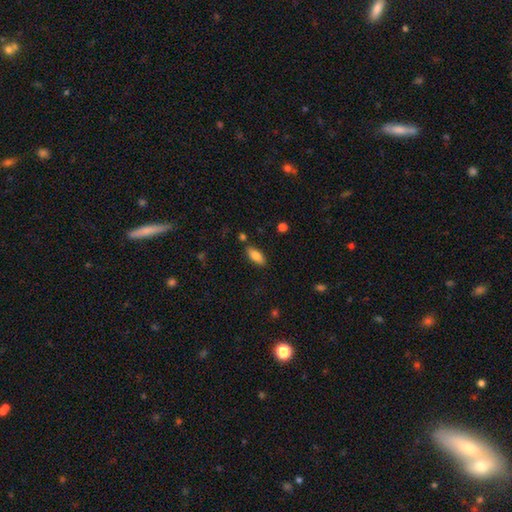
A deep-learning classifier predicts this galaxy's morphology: Smooth or featured?
  - smooth: 81% *
  - featured or disk: 12%
  - star or artifact: 7%
How rounded?
  - in between: 84% *
  - cigar-shaped: 13%
  - round: 2%
Merging?
  - none: 83% *
  - minor disturbance: 11%
  - merger: 4%
  - major disturbance: 2%